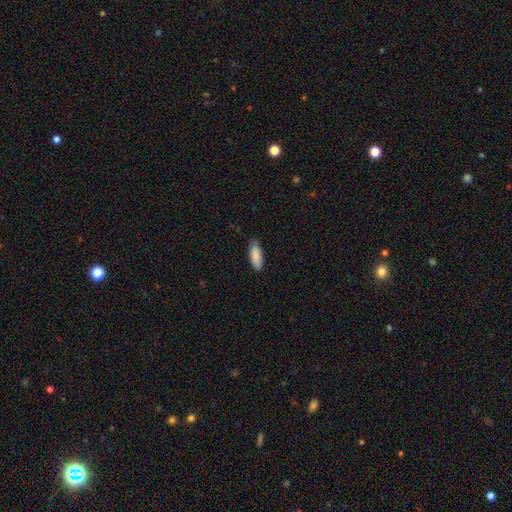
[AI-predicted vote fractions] Smooth or featured: smooth — 87% (featured or disk — 7%)
How rounded: in between — 68% (cigar-shaped — 31%)
Merging: none — 77% (minor disturbance — 19%)